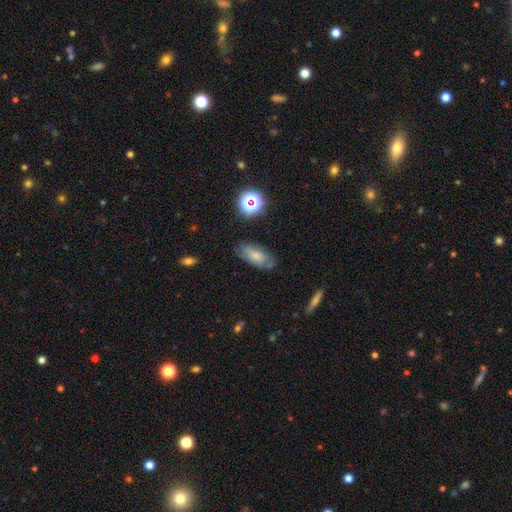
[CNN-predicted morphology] smooth-or-featured: smooth: 66% | featured or disk: 23% | star or artifact: 11%
  how-rounded: in between: 85% | cigar-shaped: 10% | round: 5%
  merging: none: 70% | minor disturbance: 21% | major disturbance: 6% | merger: 3%